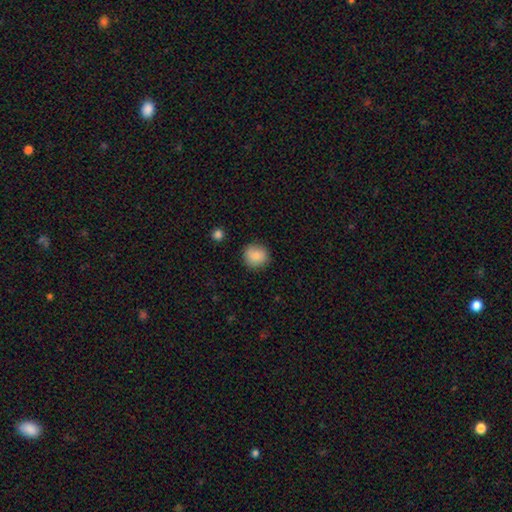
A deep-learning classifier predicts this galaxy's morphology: Smooth or featured: smooth — 85% (star or artifact — 8%)
How rounded: round — 90% (in between — 9%)
Merging: none — 87% (minor disturbance — 9%)